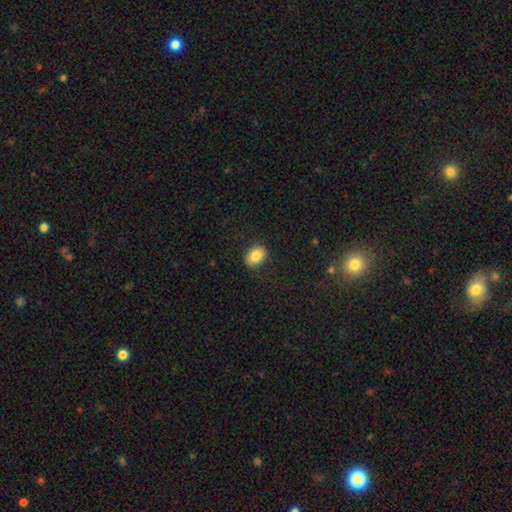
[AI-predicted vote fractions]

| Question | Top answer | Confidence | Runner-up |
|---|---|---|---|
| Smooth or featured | smooth | 83% | star or artifact (9%) |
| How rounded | in between | 63% | round (36%) |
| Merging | none | 83% | minor disturbance (13%) |